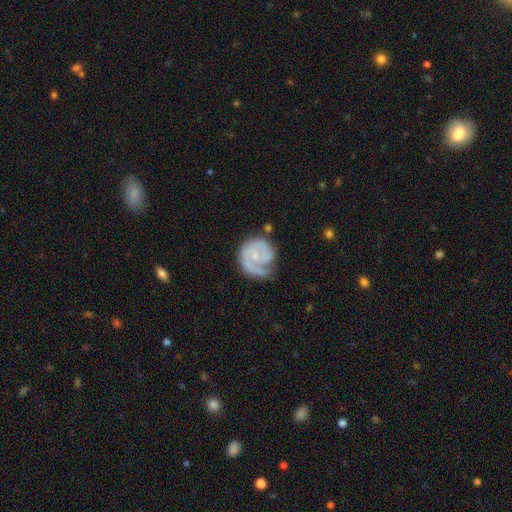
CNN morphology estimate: Smooth or featured? Predicted: featured or disk (p=0.77). Edge-on disk? Predicted: no (p=0.98). Bar? Predicted: no (p=0.69). Spiral arms? Predicted: yes (p=0.92). Spiral winding? Predicted: tight (p=0.57). Spiral arm count? Predicted: 2 (p=0.37). Bulge size? Predicted: small (p=0.66). Merging? Predicted: none (p=0.58).